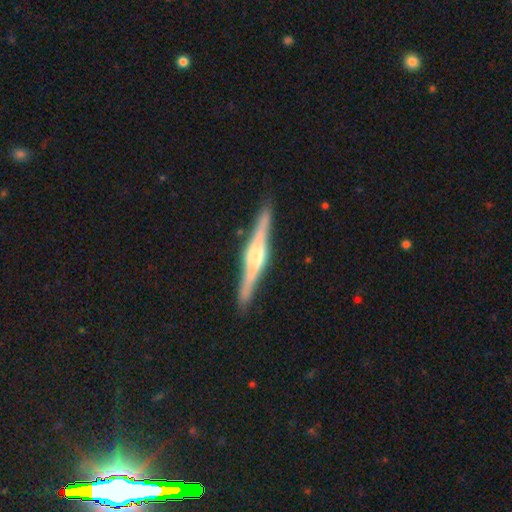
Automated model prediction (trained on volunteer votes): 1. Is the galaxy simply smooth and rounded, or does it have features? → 76% featured or disk, 18% smooth, 5% star or artifact.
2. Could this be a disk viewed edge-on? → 97% yes, 3% no.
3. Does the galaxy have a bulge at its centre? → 71% rounded, 23% boxy, 7% none.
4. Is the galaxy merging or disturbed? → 87% none, 9% minor disturbance, 2% major disturbance, 2% merger.